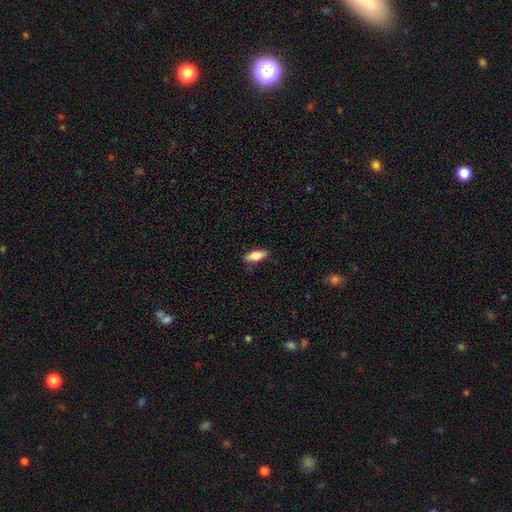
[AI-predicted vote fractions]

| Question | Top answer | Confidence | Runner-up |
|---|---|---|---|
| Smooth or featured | smooth | 82% | featured or disk (12%) |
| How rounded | in between | 76% | cigar-shaped (22%) |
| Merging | none | 85% | minor disturbance (12%) |